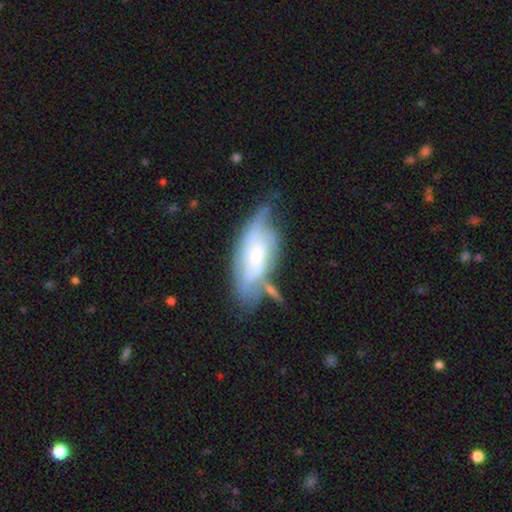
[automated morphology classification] Smooth or featured? featured or disk (67%)
Edge-on disk? no (86%)
Bar? no (59%)
Spiral arms? yes (80%)
Bulge size? moderate (43%)
Merging? none (40%)